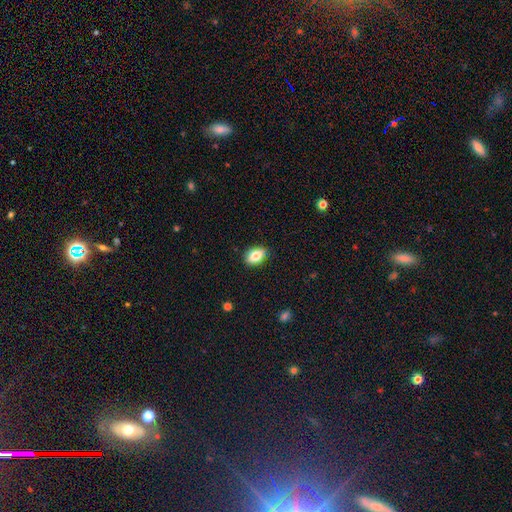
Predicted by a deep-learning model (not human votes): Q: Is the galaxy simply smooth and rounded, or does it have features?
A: smooth — 81%.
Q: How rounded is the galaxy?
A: in between — 84%.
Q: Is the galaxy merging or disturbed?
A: none — 86%.